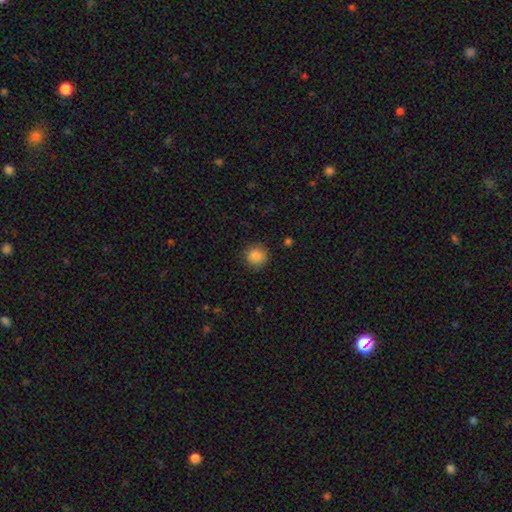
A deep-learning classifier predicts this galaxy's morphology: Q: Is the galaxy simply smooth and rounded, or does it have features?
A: smooth — 87%.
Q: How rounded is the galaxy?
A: round — 91%.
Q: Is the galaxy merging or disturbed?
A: none — 87%.